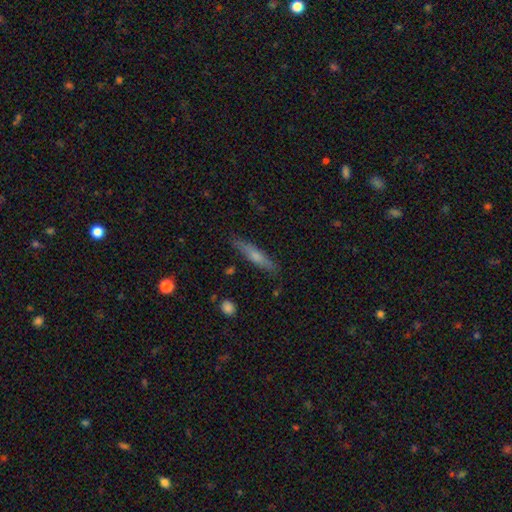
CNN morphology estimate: The model was most divided on "smooth or featured": smooth: 56%, featured or disk: 37%, star or artifact: 7%. More confident: how rounded — cigar-shaped (88%); merging — none (84%).